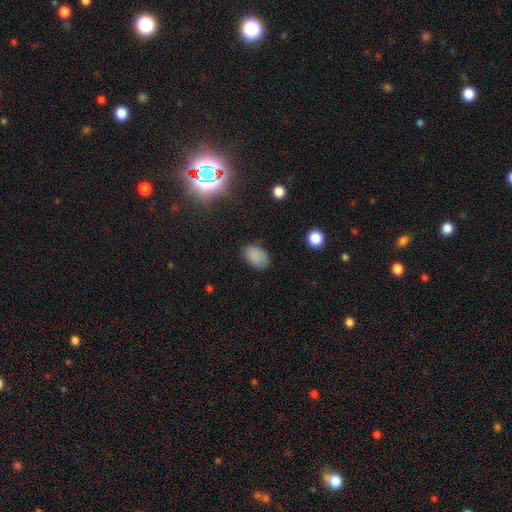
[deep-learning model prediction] Q: Smooth or featured?
A: smooth (84%); runner-up: star or artifact (11%)
Q: How rounded?
A: in between (87%); runner-up: round (12%)
Q: Merging?
A: none (79%); runner-up: minor disturbance (16%)